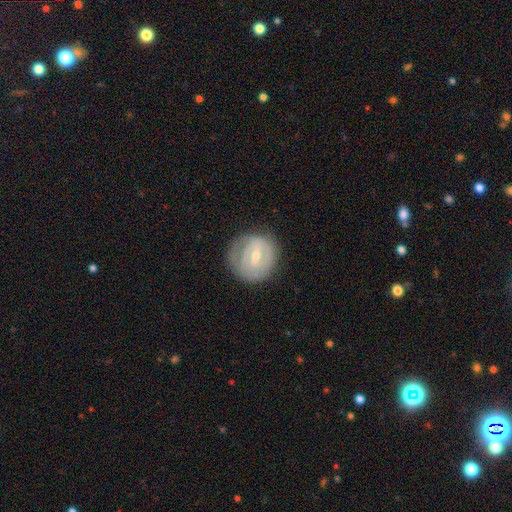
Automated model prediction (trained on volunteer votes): featured or disk 70%, smooth 24%, star or artifact 6%. Down the decision tree: edge-on disk — no (96%); bar — weak (49%); spiral arms — yes (65%); bulge size — small (55%); merging — none (72%).